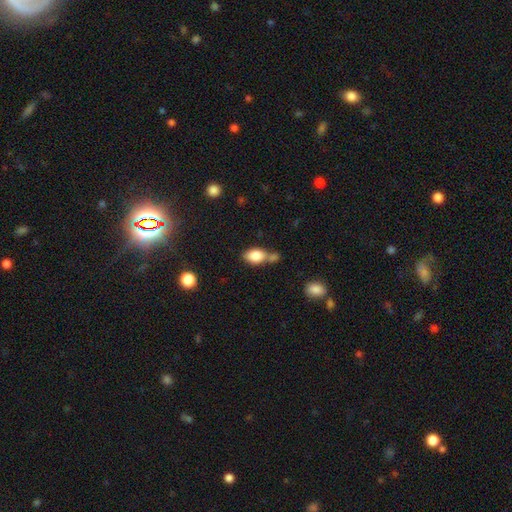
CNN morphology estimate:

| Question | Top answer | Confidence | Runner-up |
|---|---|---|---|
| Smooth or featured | smooth | 83% | featured or disk (9%) |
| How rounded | in between | 85% | round (13%) |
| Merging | none | 43% | merger (35%) |